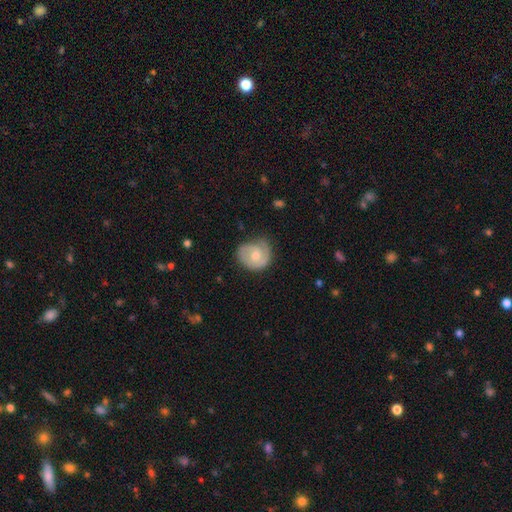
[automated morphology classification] Smooth or featured?
  - featured or disk: 66% *
  - smooth: 28%
  - star or artifact: 6%
Edge-on disk?
  - no: 98% *
  - yes: 2%
Bar?
  - no: 70% *
  - weak: 26%
  - strong: 3%
Spiral arms?
  - yes: 90% *
  - no: 10%
Spiral winding?
  - tight: 56% *
  - medium: 33%
  - loose: 11%
Spiral arm count?
  - 2: 51% *
  - 1: 27%
  - can't tell: 14%
  - 3: 4%
  - 4: 1%
  - more than 4: 1%
Bulge size?
  - moderate: 60% *
  - small: 34%
  - large: 3%
  - none: 2%
  - dominant: 1%
Merging?
  - none: 66% *
  - minor disturbance: 24%
  - major disturbance: 8%
  - merger: 1%